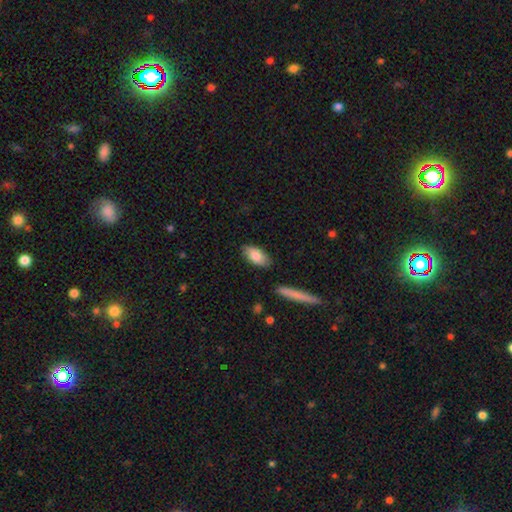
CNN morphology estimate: This is clearly a smooth galaxy (83%). How rounded: clearly in between (91%). Merging: clearly none (85%).